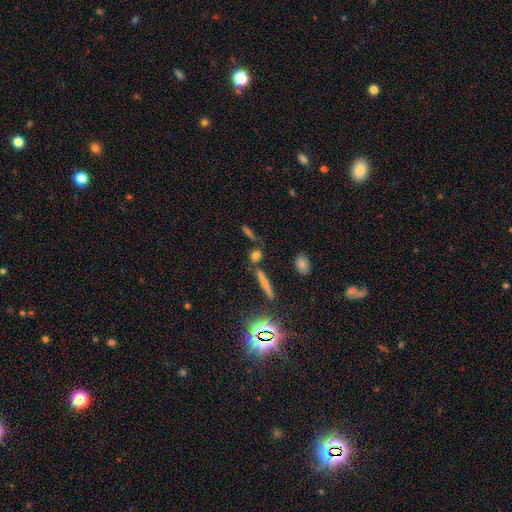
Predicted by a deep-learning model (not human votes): Smooth or featured?
  - smooth: 65% *
  - featured or disk: 18%
  - star or artifact: 17%
How rounded?
  - round: 41% *
  - cigar-shaped: 30%
  - in between: 29%
Merging?
  - none: 69% *
  - merger: 15%
  - minor disturbance: 11%
  - major disturbance: 5%